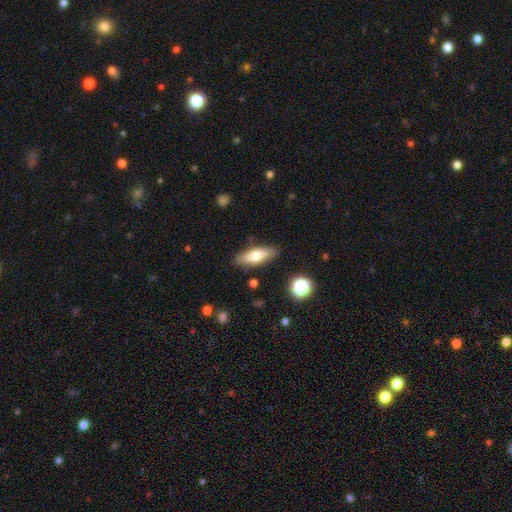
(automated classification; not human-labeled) Overall: smooth (67%). How rounded: in between (58%; cigar-shaped 39%). Merging: none (85%).